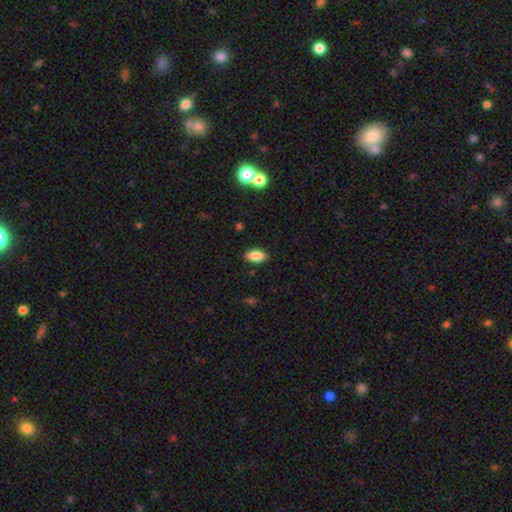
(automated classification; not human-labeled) smooth_or_featured: smooth (p=0.84) [alt: star or artifact p=0.08]
how_rounded: in between (p=0.89) [alt: cigar-shaped p=0.07]
merging: none (p=0.87) [alt: minor disturbance p=0.10]